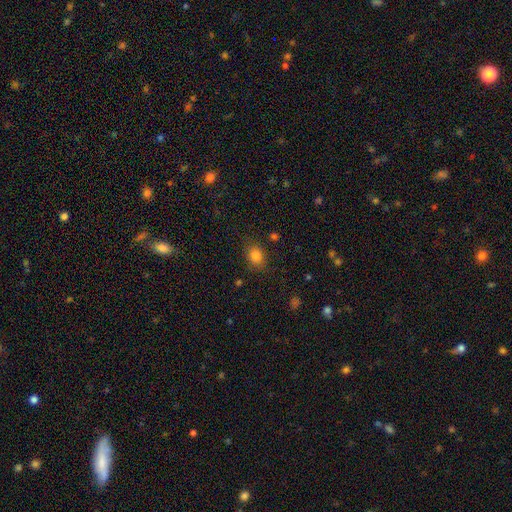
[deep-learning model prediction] Smooth or featured? smooth (82%)
How rounded? round (51%)
Merging? none (78%)